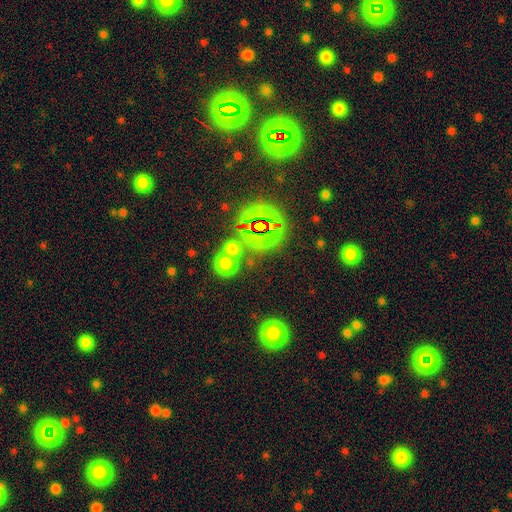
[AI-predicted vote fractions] Morphology: type=star or artifact (68%).